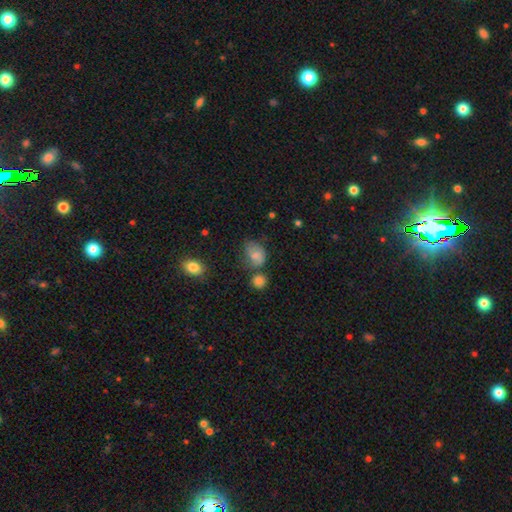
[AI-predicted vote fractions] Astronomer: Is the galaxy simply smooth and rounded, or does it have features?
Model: smooth — 62%.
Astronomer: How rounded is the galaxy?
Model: in between — 59% (runner-up: round, 40%).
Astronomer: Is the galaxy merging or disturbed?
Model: none — 49% (runner-up: minor disturbance, 26%).